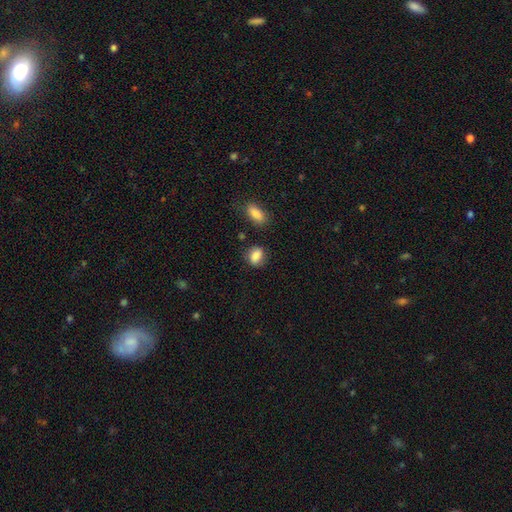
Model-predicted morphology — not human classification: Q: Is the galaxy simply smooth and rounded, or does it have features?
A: smooth — 85%.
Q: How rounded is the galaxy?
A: in between — 66%.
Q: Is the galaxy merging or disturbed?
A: none — 71%.